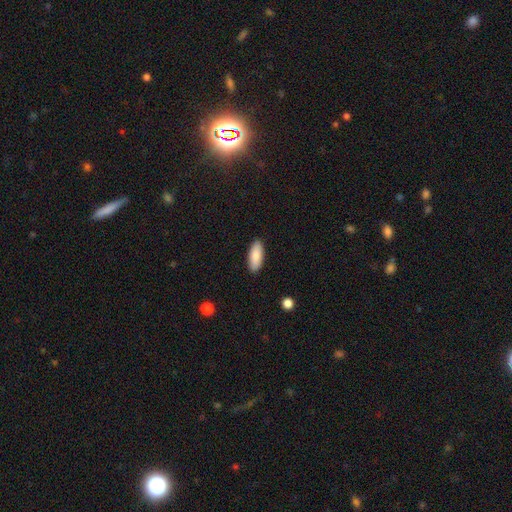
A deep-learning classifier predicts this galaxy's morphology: This appears to be a smooth galaxy with no disk features (88%) that is in between round and cigar-shaped (77%). Merging: none (90%).